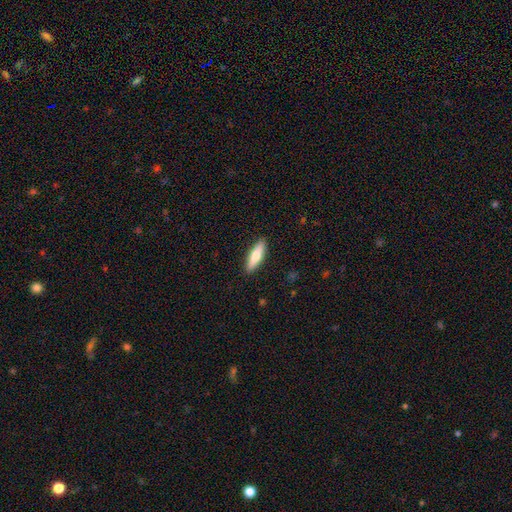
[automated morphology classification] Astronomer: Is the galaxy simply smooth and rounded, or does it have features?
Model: smooth — 69%.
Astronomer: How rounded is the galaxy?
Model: cigar-shaped — 61% (runner-up: in between, 37%).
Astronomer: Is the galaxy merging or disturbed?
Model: none — 90%.